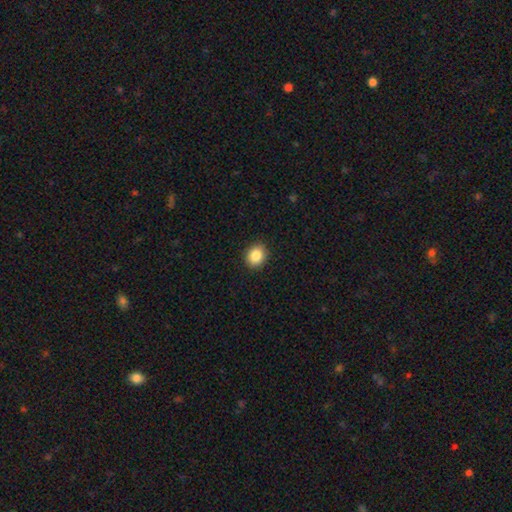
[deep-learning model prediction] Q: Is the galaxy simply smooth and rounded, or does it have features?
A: smooth — 86%.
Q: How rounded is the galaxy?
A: round — 66%.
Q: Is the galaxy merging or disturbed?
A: none — 91%.